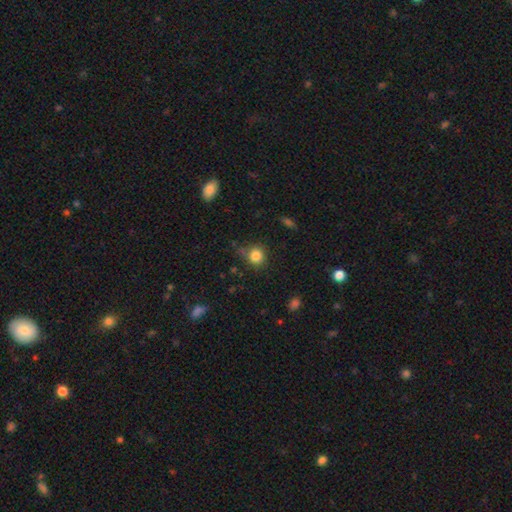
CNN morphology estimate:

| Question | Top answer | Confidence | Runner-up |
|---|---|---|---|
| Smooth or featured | smooth | 83% | star or artifact (11%) |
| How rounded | round | 87% | in between (12%) |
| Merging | none | 73% | minor disturbance (18%) |